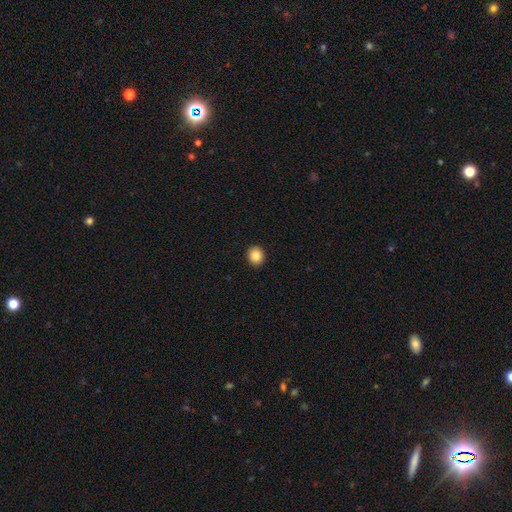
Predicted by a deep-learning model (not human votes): The model was most divided on "how rounded": round: 81%, in between: 18%, cigar-shaped: 1%. More confident: merging — none (93%); smooth or featured — smooth (85%).